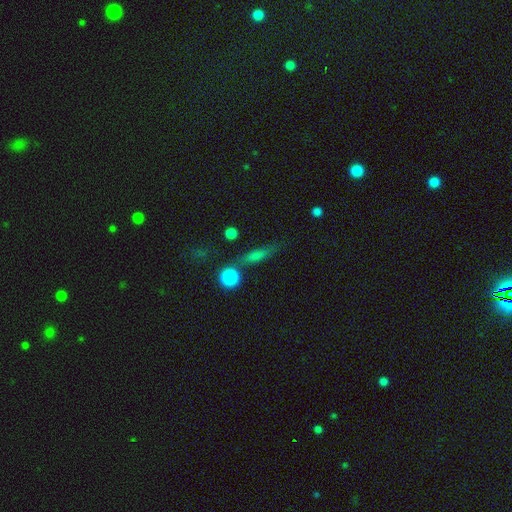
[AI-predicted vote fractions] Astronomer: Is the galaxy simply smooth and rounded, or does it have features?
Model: smooth — 54%.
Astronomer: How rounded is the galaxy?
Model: cigar-shaped — 60%.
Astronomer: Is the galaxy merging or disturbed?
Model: none — 71%.